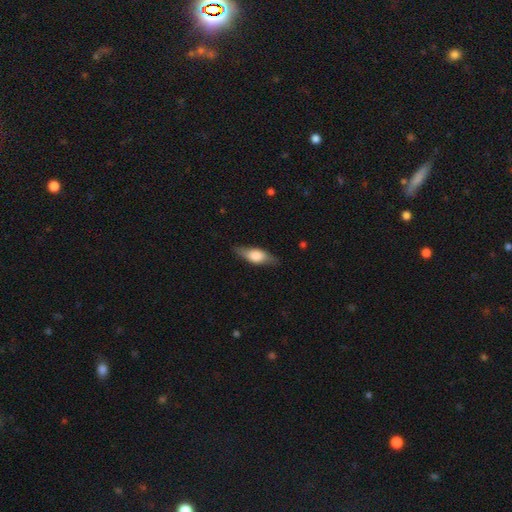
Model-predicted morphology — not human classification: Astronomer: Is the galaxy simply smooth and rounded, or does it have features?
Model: smooth — 56% (runner-up: featured or disk, 39%).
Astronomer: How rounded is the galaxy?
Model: in between — 66%.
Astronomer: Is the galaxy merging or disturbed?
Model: none — 81%.